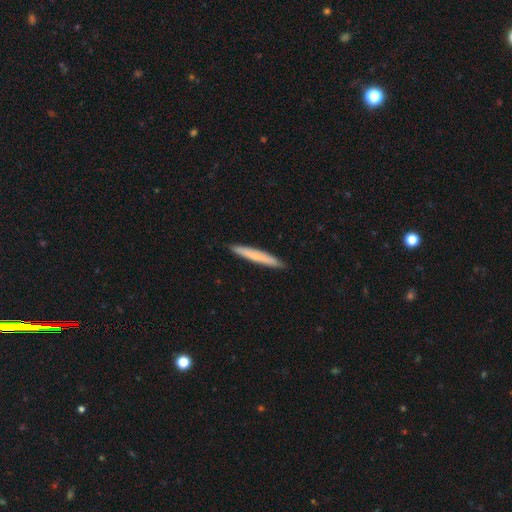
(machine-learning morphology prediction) Smooth or featured: smooth — 67% (featured or disk — 27%)
How rounded: cigar-shaped — 96% (in between — 3%)
Merging: none — 91% (minor disturbance — 7%)